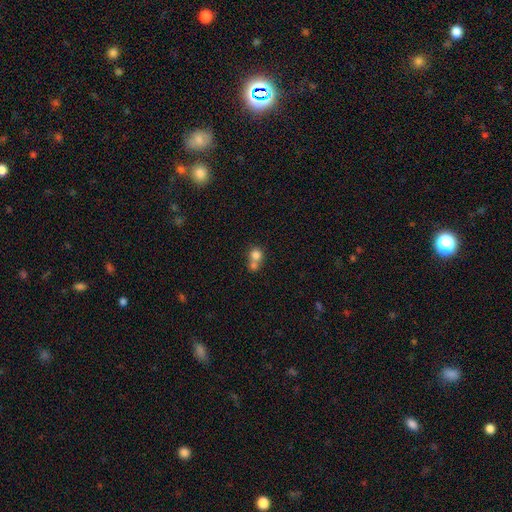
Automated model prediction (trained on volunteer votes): Smooth or featured? Predicted: smooth (p=0.78). How rounded? Predicted: round (p=0.82). Merging? Predicted: merger (p=0.59).